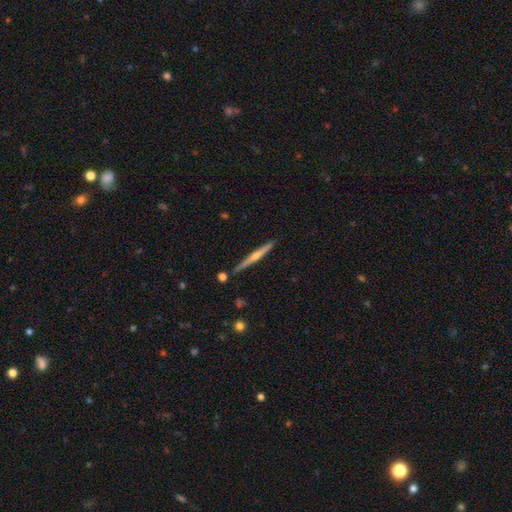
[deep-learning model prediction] Smooth or featured? Predicted: featured or disk (p=0.72). Edge-on disk? Predicted: yes (p=0.98). Edge-on bulge? Predicted: rounded (p=0.75). Merging? Predicted: none (p=0.89).